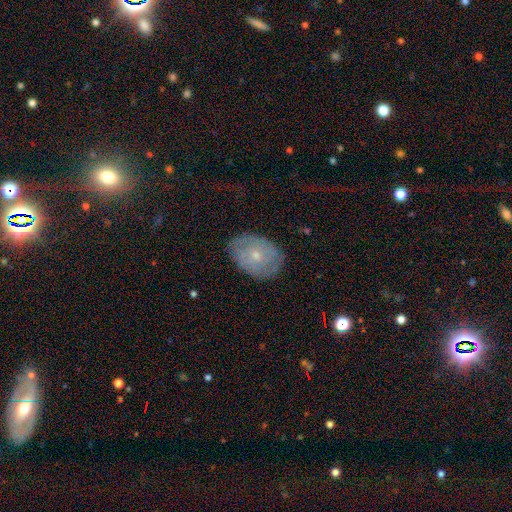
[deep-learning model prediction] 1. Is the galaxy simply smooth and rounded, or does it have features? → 48% featured or disk, 44% smooth, 8% star or artifact.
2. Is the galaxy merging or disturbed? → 79% none, 16% minor disturbance, 4% major disturbance, 1% merger.